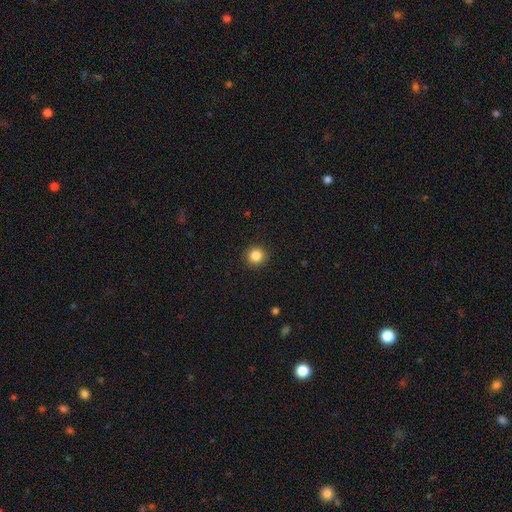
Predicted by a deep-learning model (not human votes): Morphology: type=smooth (85%); roundness=round (94%); merging=none (92%).